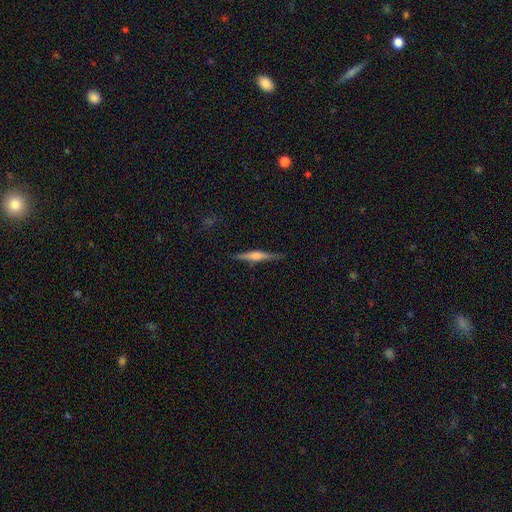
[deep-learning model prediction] The model was most divided on "smooth or featured": featured or disk: 70%, smooth: 24%, star or artifact: 6%. More confident: edge-on disk — yes (98%); merging — none (88%); edge-on bulge — rounded (74%).